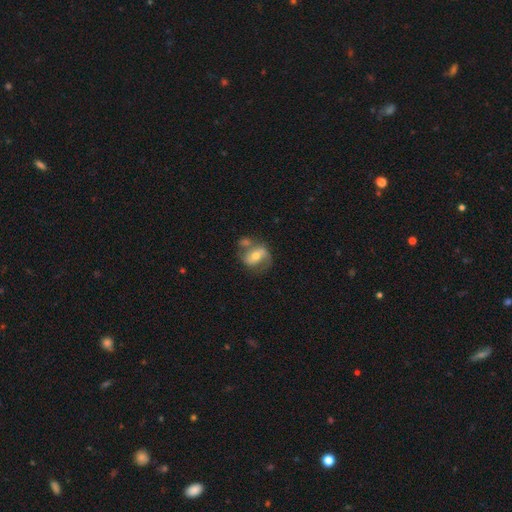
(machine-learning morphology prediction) The model was most divided on "bar": weak: 36%, no: 32%, strong: 32%. Remaining: edge-on disk — no (96%); spiral arms — yes (81%); spiral arm count — 2 (75%); smooth or featured — featured or disk (65%); bulge size — moderate (64%); merging — none (48%); spiral winding — medium (45%).